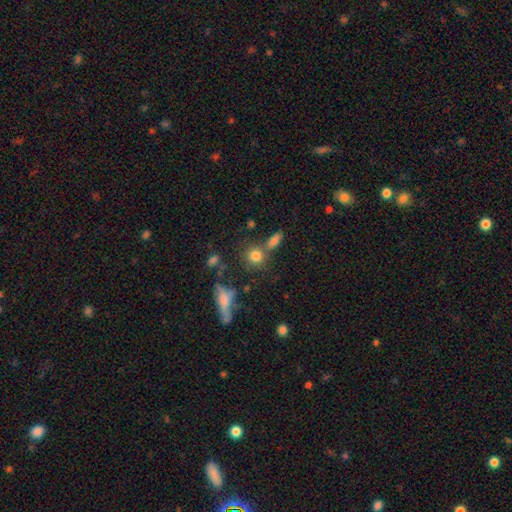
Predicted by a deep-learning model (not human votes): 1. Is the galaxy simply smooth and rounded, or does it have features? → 77% smooth, 12% star or artifact, 11% featured or disk.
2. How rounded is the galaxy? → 74% round, 21% in between, 5% cigar-shaped.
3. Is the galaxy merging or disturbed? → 61% none, 23% merger, 11% minor disturbance, 5% major disturbance.